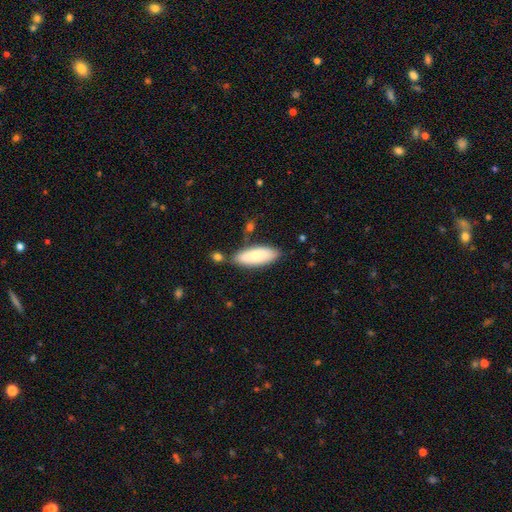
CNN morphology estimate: Smooth or featured? smooth (81%)
How rounded? in between (69%)
Merging? none (74%)